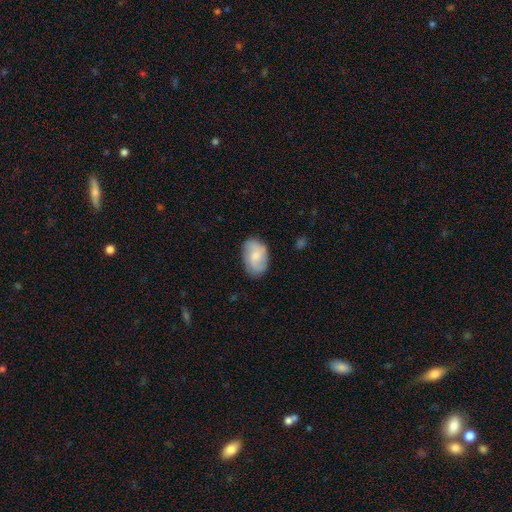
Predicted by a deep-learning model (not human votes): This appears to be a featured or disk galaxy (49%). Merging: none (79%).